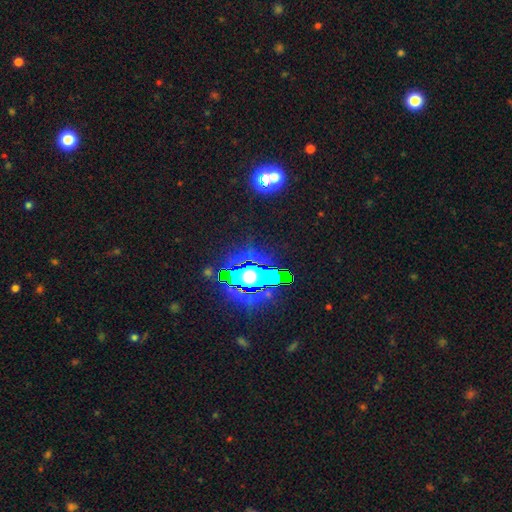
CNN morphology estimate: The model was most divided on "smooth or featured": star or artifact: 83%, smooth: 9%, featured or disk: 7%.